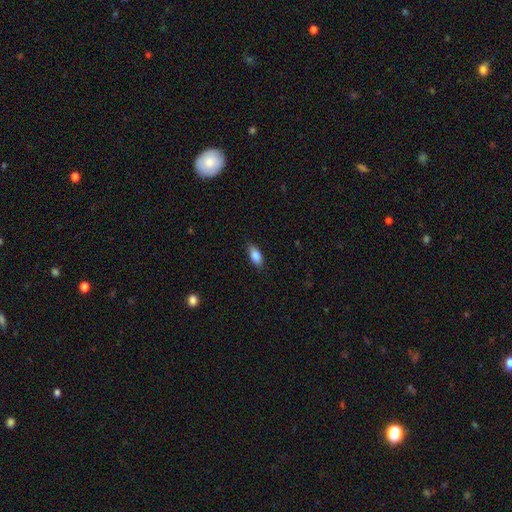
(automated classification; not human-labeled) A smooth galaxy with no disk features (86%) that is in between round and cigar-shaped (85%).

Vote fractions:
- Smooth or featured? smooth: 86% / featured or disk: 8% / star or artifact: 7%
- How rounded? in between: 85% / cigar-shaped: 12% / round: 3%
- Merging? none: 85% / minor disturbance: 12% / major disturbance: 2% / merger: 1%